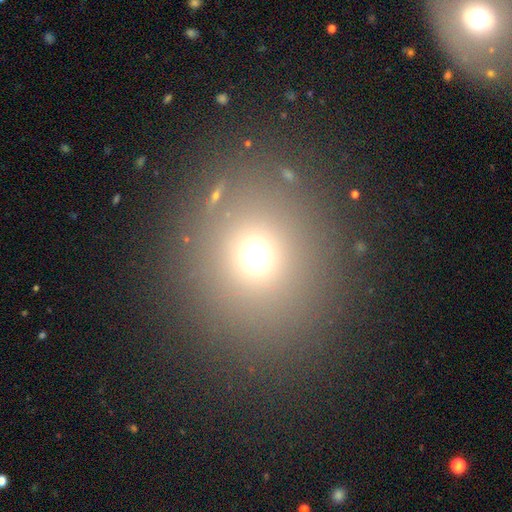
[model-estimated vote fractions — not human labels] smooth-or-featured: smooth: 66% | star or artifact: 25% | featured or disk: 9%
  how-rounded: round: 83% | in between: 16% | cigar-shaped: 1%
  merging: none: 85% | minor disturbance: 7% | major disturbance: 4% | merger: 3%